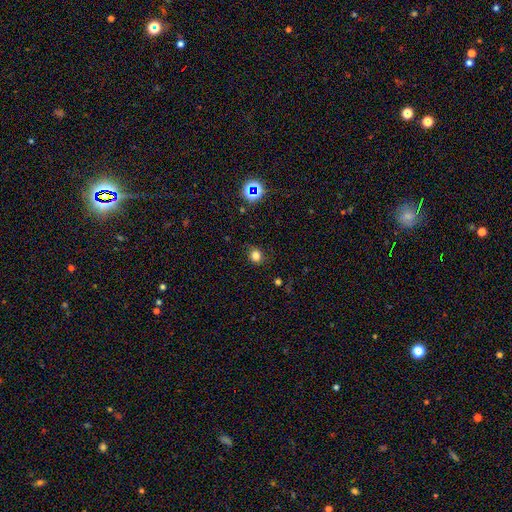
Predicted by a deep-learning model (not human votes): This appears to be a smooth galaxy with no disk features (79%) that is round (80%). Merging: none (79%).